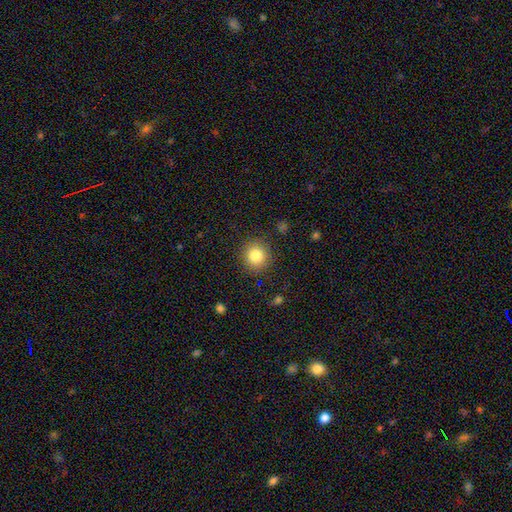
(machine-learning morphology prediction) Q: Smooth or featured?
A: smooth (83%); runner-up: star or artifact (11%)
Q: How rounded?
A: round (91%); runner-up: in between (8%)
Q: Merging?
A: none (89%); runner-up: minor disturbance (7%)